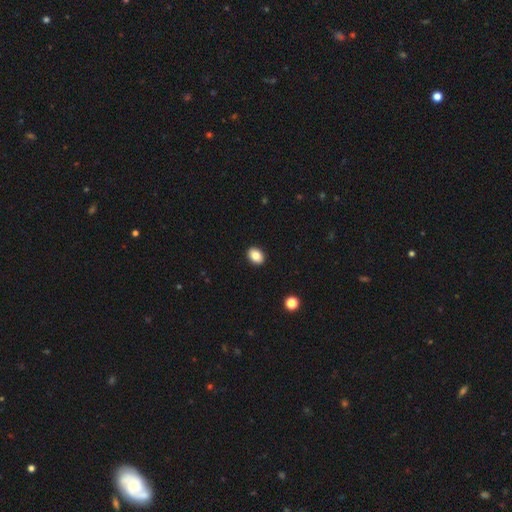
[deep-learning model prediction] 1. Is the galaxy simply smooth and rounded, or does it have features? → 86% smooth, 9% star or artifact, 6% featured or disk.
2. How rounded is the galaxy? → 71% in between, 28% round, 1% cigar-shaped.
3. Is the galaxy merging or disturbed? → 91% none, 6% minor disturbance, 2% major disturbance, 1% merger.